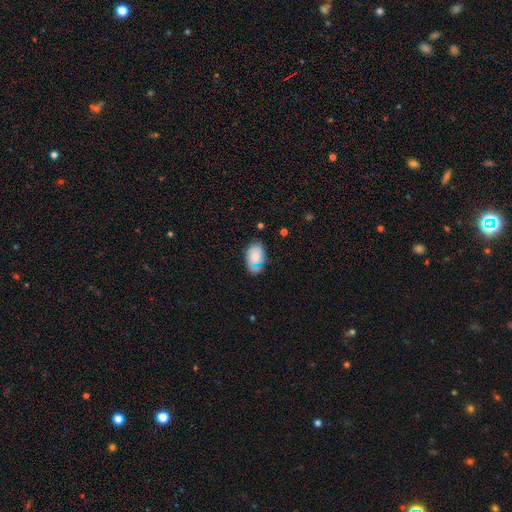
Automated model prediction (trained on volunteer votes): This is likely a smooth galaxy (62%). How rounded: clearly in between (89%). Merging: likely none (63%).